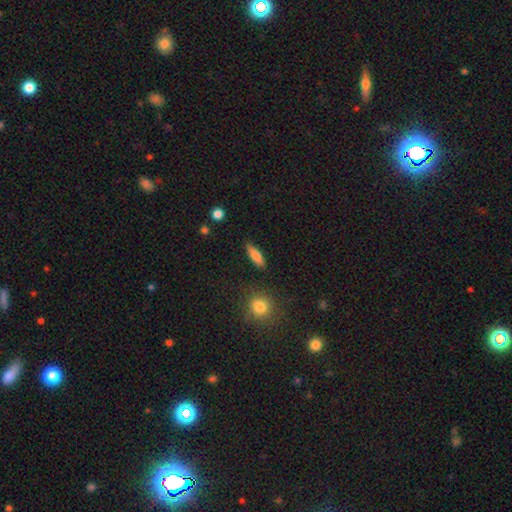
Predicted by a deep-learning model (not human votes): Morphology: type=smooth (79%); roundness=in between (52%); merging=none (85%).